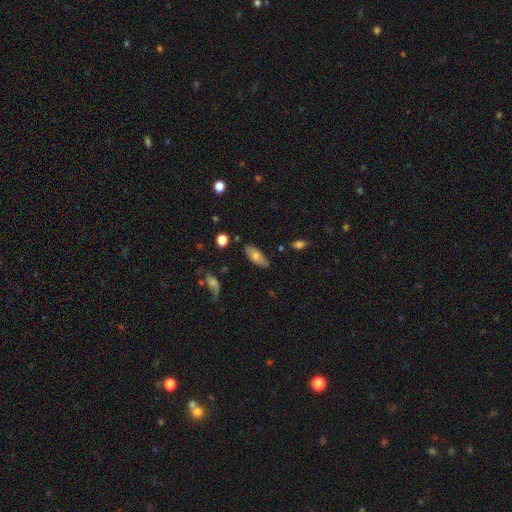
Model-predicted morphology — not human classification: Smooth or featured? Predicted: smooth (p=0.64). How rounded? Predicted: in between (p=0.79). Merging? Predicted: none (p=0.81).